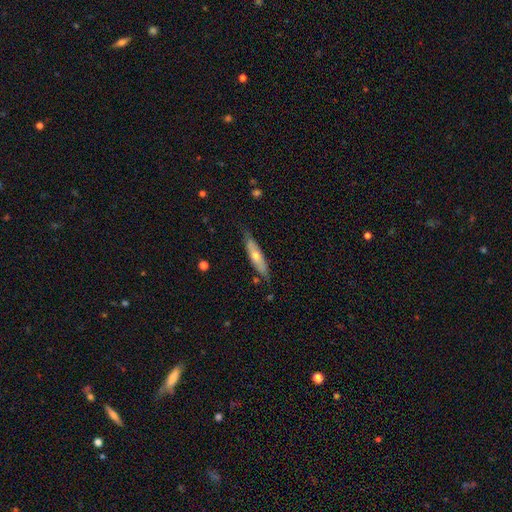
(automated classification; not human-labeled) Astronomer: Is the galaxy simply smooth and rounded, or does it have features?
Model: smooth — 48% (runner-up: featured or disk, 46%).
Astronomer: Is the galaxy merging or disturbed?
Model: none — 76%.